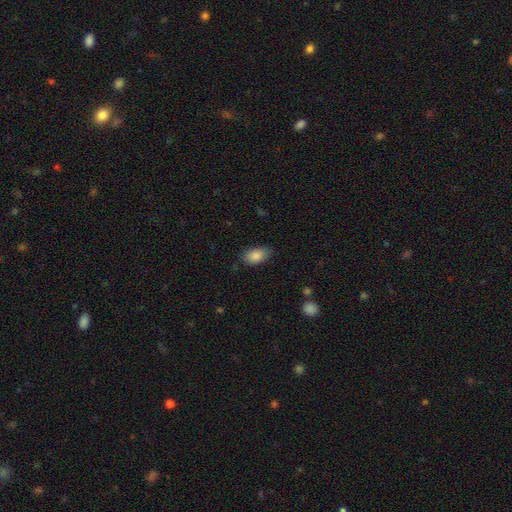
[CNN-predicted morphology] type=smooth (87%); roundness=in between (91%); merging=none (77%).